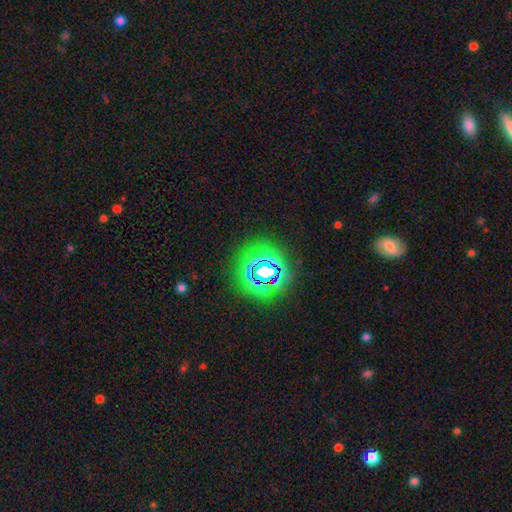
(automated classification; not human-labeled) Smooth or featured?
  - star or artifact: 72% *
  - smooth: 21%
  - featured or disk: 7%